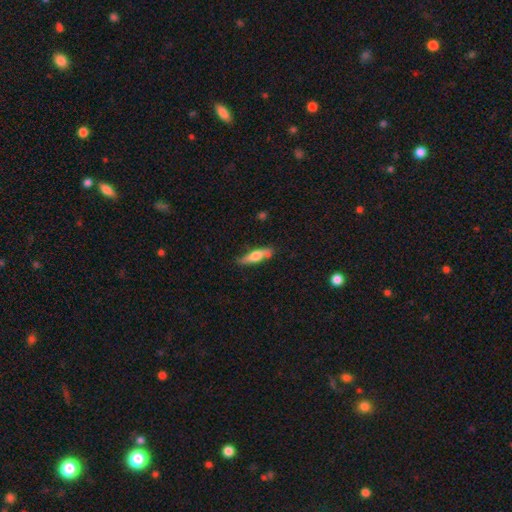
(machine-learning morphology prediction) Q: Smooth or featured?
A: smooth (49%); runner-up: featured or disk (45%)
Q: Merging?
A: none (76%); runner-up: minor disturbance (18%)